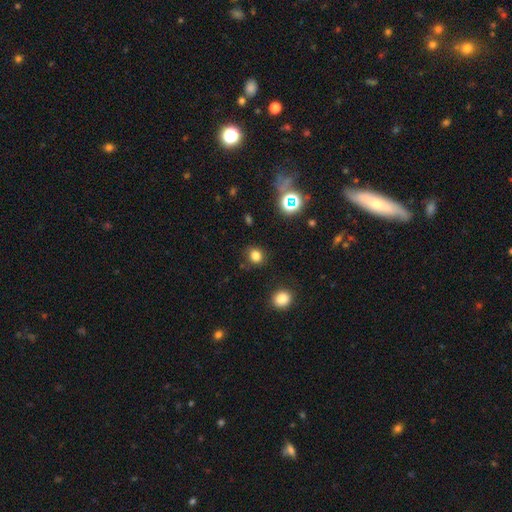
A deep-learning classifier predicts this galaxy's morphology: This is likely a smooth galaxy (78%). How rounded: likely round (76%). Merging: clearly none (84%).